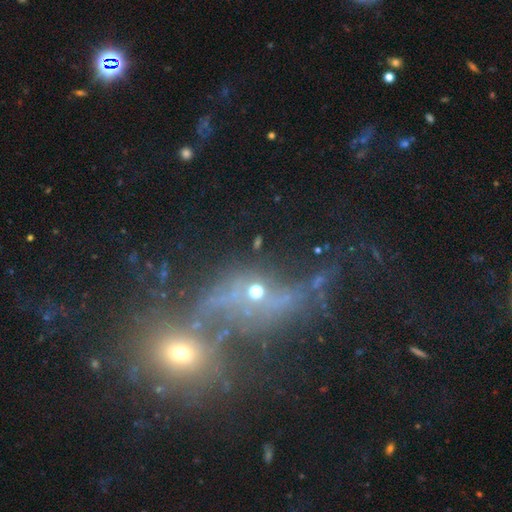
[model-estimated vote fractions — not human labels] A featured or disk galaxy (43%).

Vote fractions:
- Smooth or featured? featured or disk: 43% / star or artifact: 31% / smooth: 26%
- Merging? merger: 49% / none: 26% / major disturbance: 14% / minor disturbance: 10%